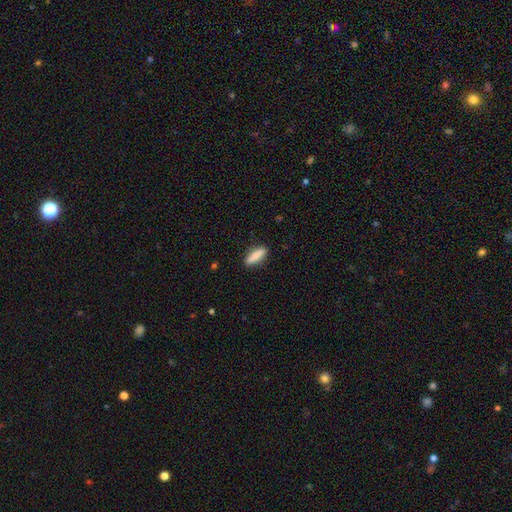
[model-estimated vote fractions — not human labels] Q: Smooth or featured?
A: smooth (82%); runner-up: featured or disk (12%)
Q: How rounded?
A: cigar-shaped (60%); runner-up: in between (38%)
Q: Merging?
A: none (88%); runner-up: minor disturbance (8%)